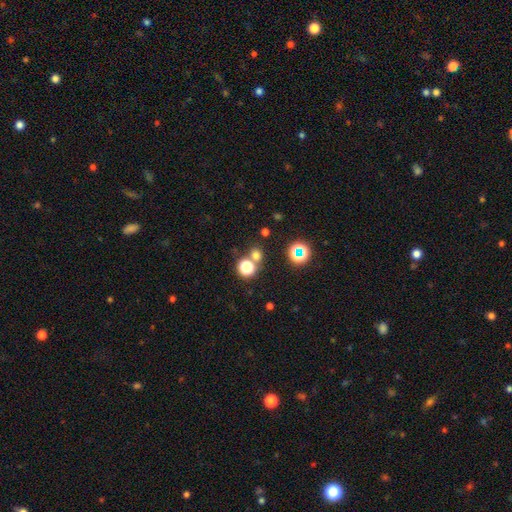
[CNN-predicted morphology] Overall: smooth (64%; star or artifact 30%). How rounded: round (85%). Merging: none (70%).